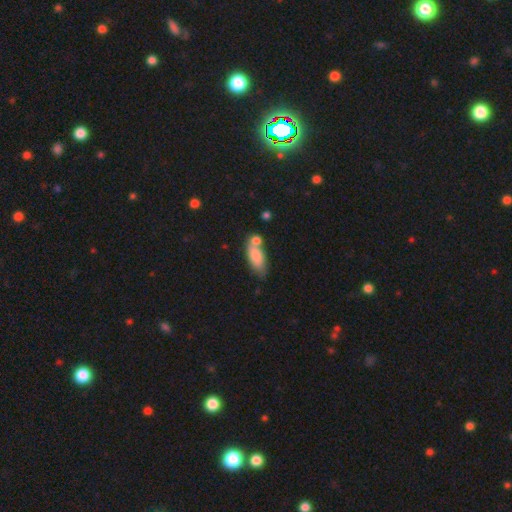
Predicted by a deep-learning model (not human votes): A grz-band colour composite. It shows a smooth galaxy with no disk features (79%) that is in between round and cigar-shaped (79%). Merging: none (44%).